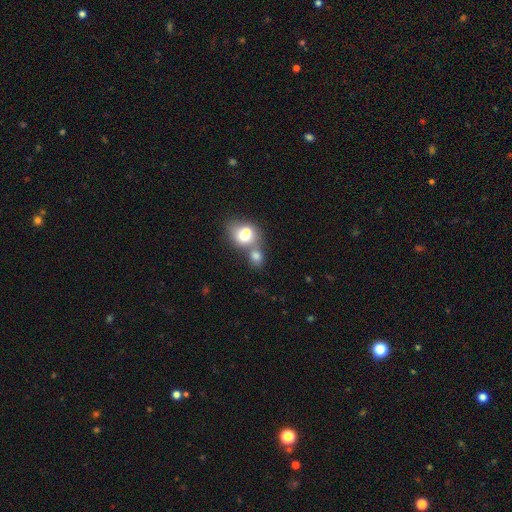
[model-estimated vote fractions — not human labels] Smooth or featured? smooth (73%)
How rounded? round (52%)
Merging? merger (59%)